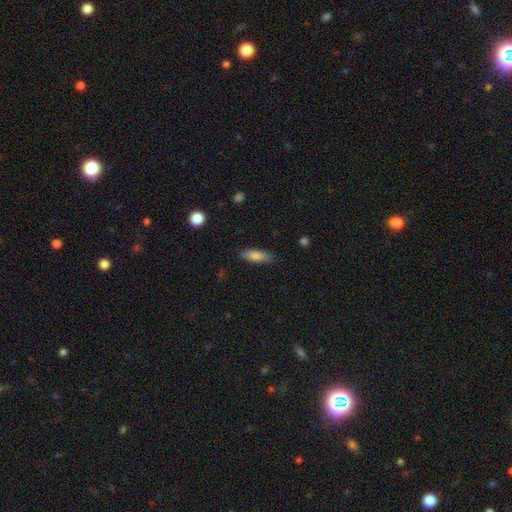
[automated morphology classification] A smooth galaxy with no disk features (81%) that is in between round and cigar-shaped (54%). Merging: none (83%).